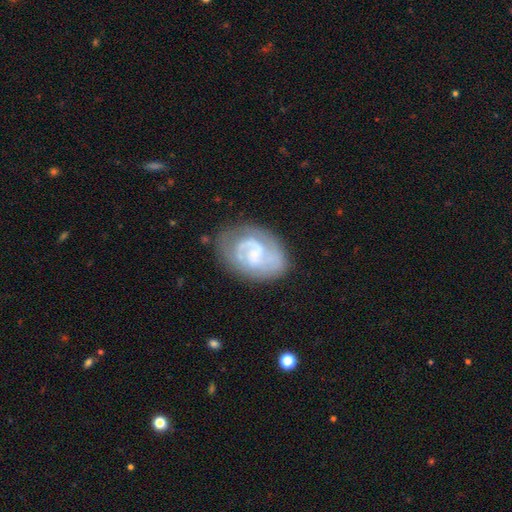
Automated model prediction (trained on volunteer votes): A featured or disk galaxy (73%) with a weak bar (46%), 2 (52%) tight (48%) spiral arms (84%) and a small central bulge (38%). Merging: none (67%).